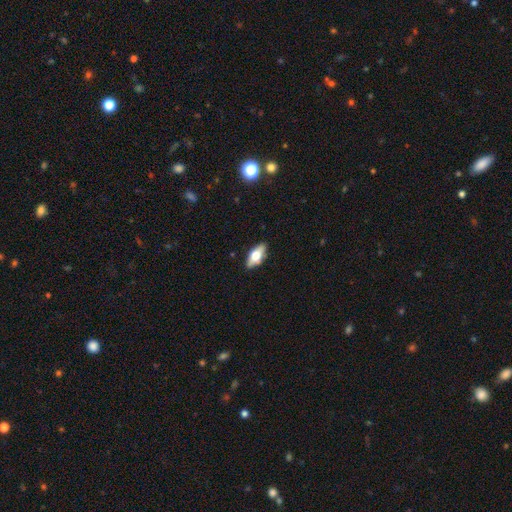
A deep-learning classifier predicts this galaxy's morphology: smooth-or-featured: smooth: 58% | featured or disk: 35% | star or artifact: 7%
  how-rounded: in between: 83% | cigar-shaped: 14% | round: 3%
  merging: none: 86% | minor disturbance: 10% | major disturbance: 2% | merger: 1%